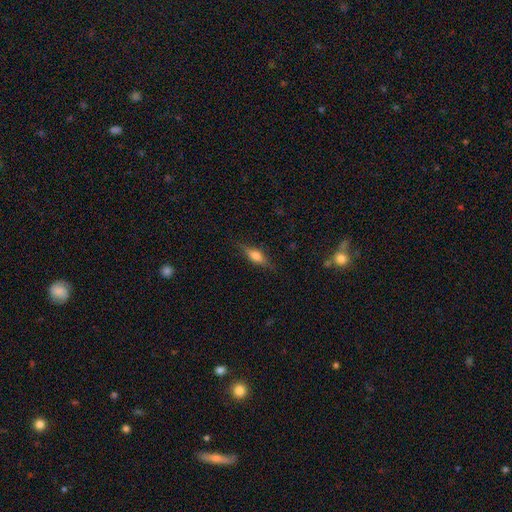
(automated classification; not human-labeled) Morphology: type=smooth (53%); roundness=in between (53%); merging=none (81%).